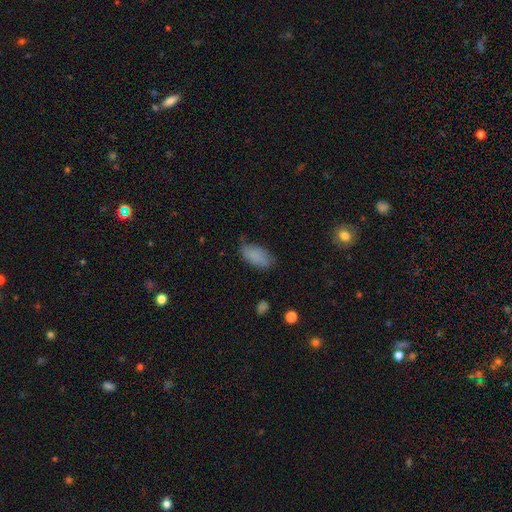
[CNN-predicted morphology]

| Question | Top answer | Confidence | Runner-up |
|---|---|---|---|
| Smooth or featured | smooth | 83% | featured or disk (9%) |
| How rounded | in between | 93% | cigar-shaped (5%) |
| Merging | none | 67% | minor disturbance (25%) |